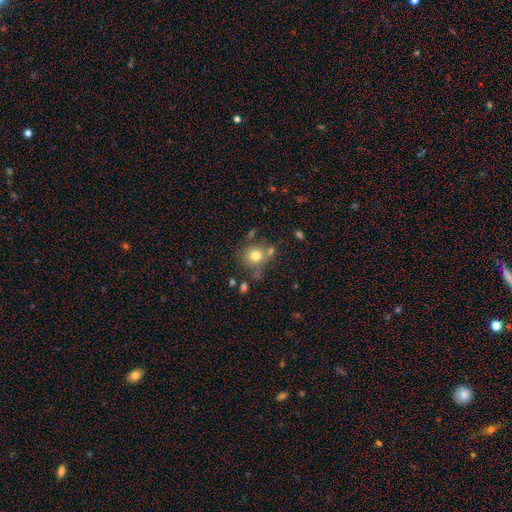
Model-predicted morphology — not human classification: type=smooth (76%); roundness=round (80%); merging=none (62%).